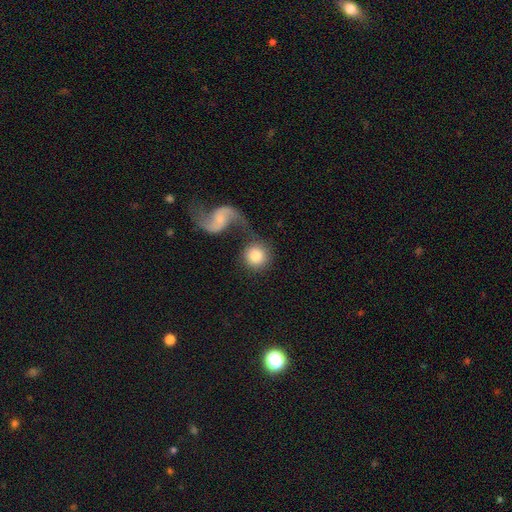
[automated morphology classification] smooth_or_featured: smooth (p=0.75) [alt: featured or disk p=0.19]
how_rounded: round (p=0.92) [alt: in between p=0.07]
merging: none (p=0.56) [alt: merger p=0.28]